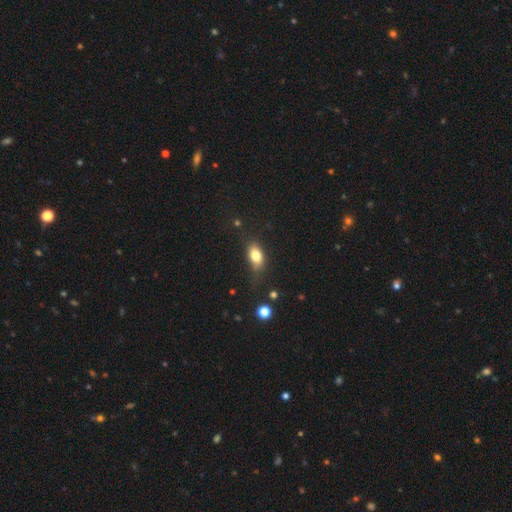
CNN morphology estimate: A smooth galaxy with no disk features (79%) that is in between round and cigar-shaped (84%). Merging: none (64%).